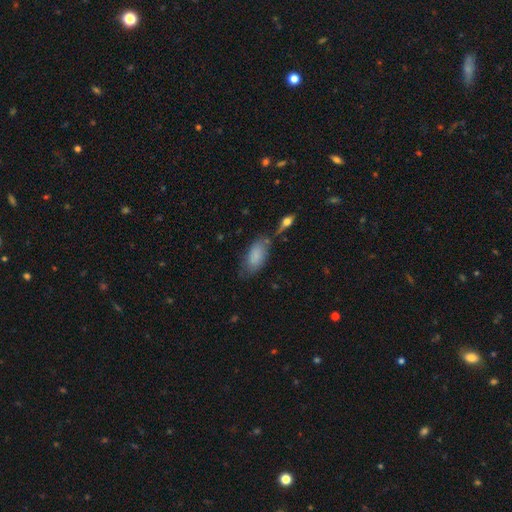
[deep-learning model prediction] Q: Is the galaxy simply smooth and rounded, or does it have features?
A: smooth — 81%.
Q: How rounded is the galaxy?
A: in between — 92%.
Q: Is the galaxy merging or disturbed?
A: none — 53%.